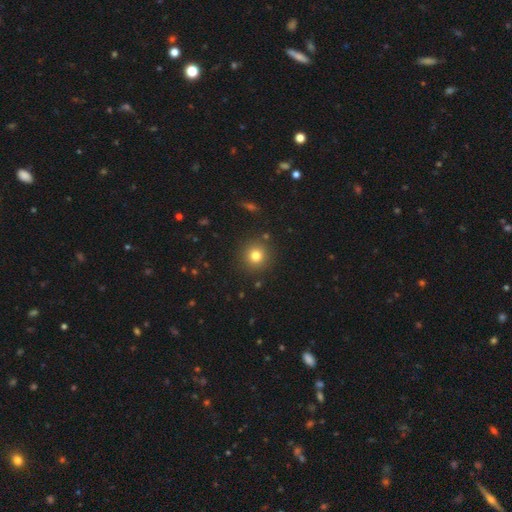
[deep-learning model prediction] The model was most divided on "smooth or featured": smooth: 79%, star or artifact: 14%, featured or disk: 8%. More confident: how rounded — round (94%); merging — none (89%).